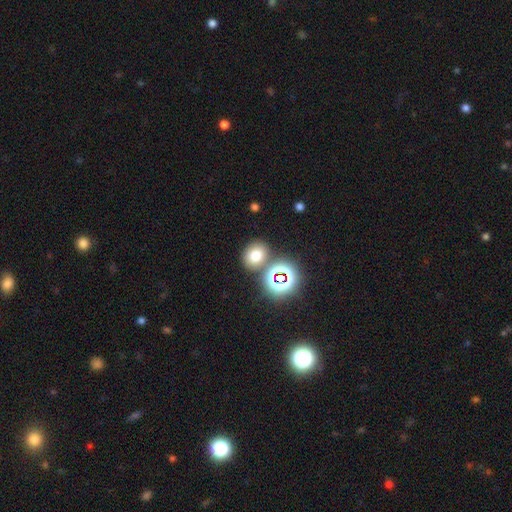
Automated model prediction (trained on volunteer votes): Smooth or featured? Predicted: smooth (p=0.68). How rounded? Predicted: round (p=0.60). Merging? Predicted: none (p=0.72).